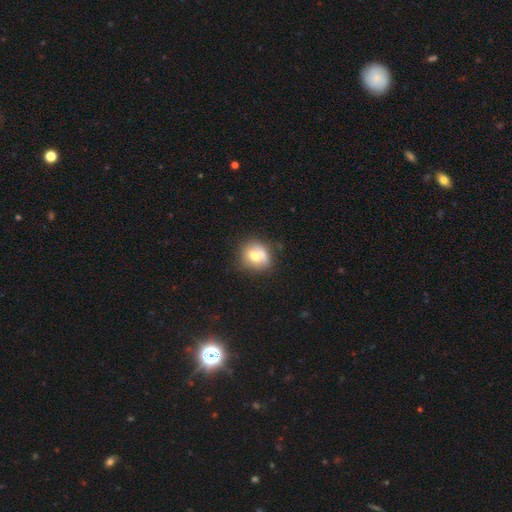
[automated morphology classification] type=smooth (66%); roundness=round (78%); merging=none (54%).